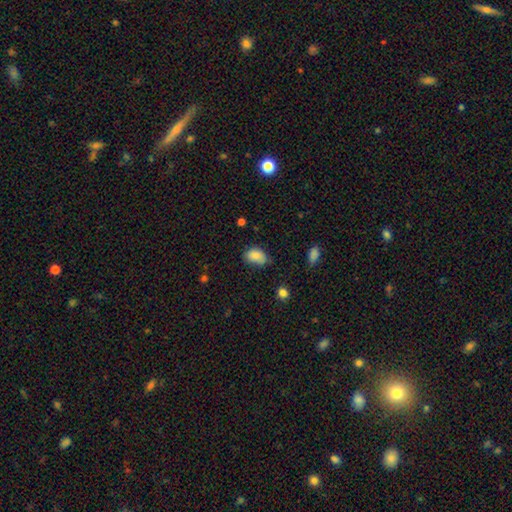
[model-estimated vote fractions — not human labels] This is clearly a smooth galaxy (84%). How rounded: clearly in between (86%). Merging: possibly none (58%).